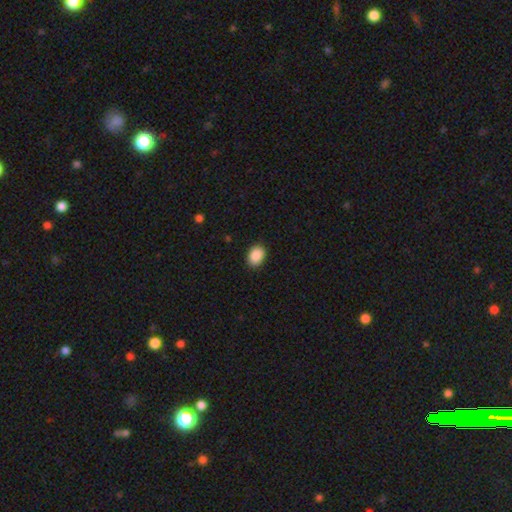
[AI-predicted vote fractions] Smooth or featured? Predicted: smooth (p=0.89). How rounded? Predicted: in between (p=0.72). Merging? Predicted: none (p=0.87).